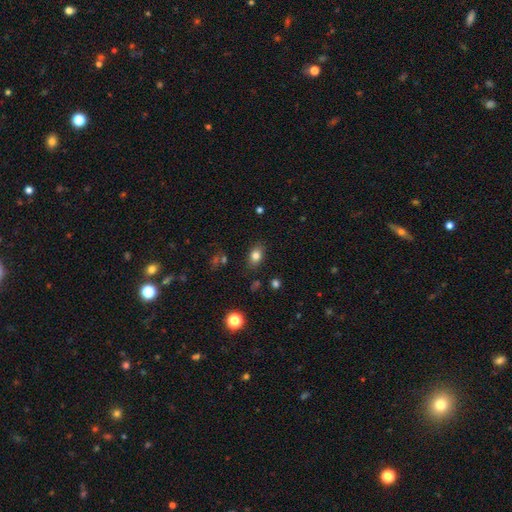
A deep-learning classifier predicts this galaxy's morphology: A smooth galaxy with no disk features (81%) that is in between round and cigar-shaped (75%). Merging: none (83%).